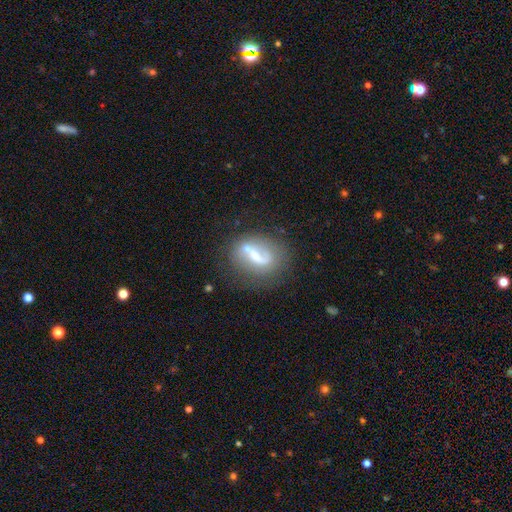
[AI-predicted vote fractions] This is likely a featured or disk galaxy (65%). It is clearly not viewed edge-on (95%). Bar: marginally weak (40%). Spiral arm pattern: likely yes (63%). Central bulge: possibly moderate (48%). Merging: possibly none (50%).